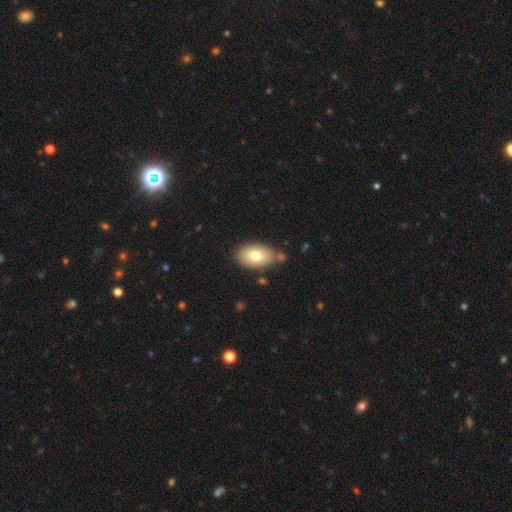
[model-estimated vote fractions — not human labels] A smooth galaxy with no disk features (74%) that is in between round and cigar-shaped (90%). Merging: none (74%).